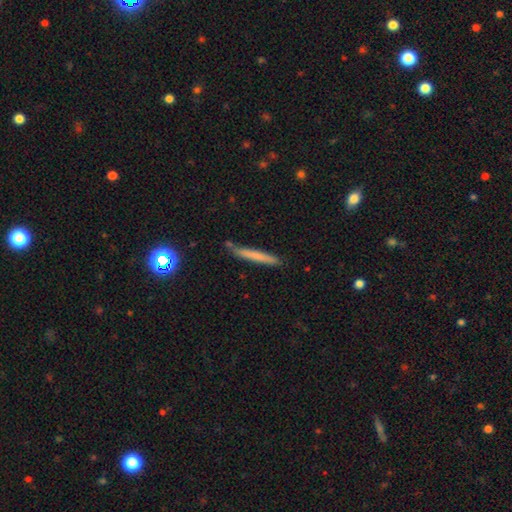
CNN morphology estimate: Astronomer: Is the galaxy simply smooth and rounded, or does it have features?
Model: smooth — 67%.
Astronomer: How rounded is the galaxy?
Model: cigar-shaped — 96%.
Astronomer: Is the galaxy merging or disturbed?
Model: none — 82%.